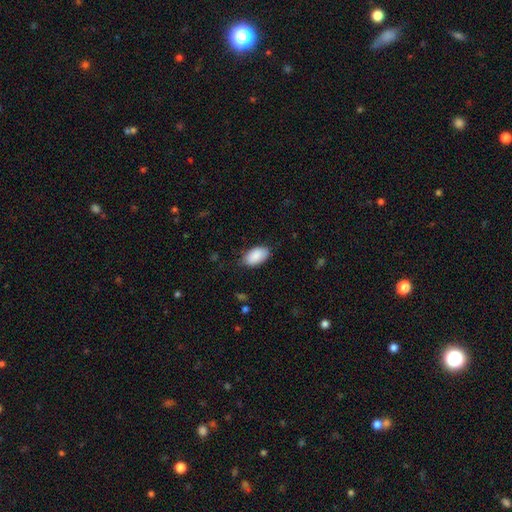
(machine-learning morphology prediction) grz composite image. It shows a smooth galaxy with no disk features (89%) that is in between round and cigar-shaped (95%). Merging: none (80%).